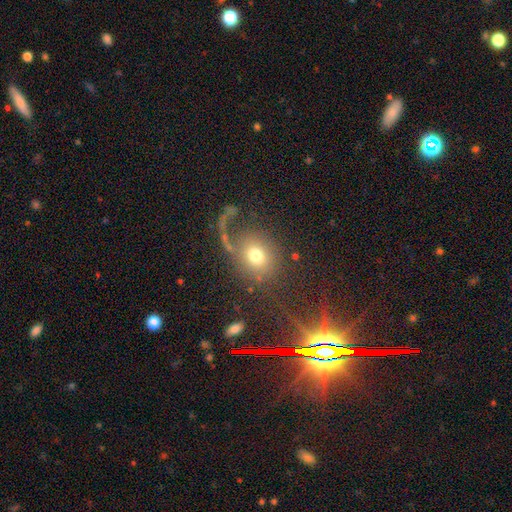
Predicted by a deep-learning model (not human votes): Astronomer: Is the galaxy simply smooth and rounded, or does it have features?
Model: smooth — 64%.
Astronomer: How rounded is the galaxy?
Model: round — 71%.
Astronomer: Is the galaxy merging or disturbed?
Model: none — 44% (runner-up: major disturbance, 34%).